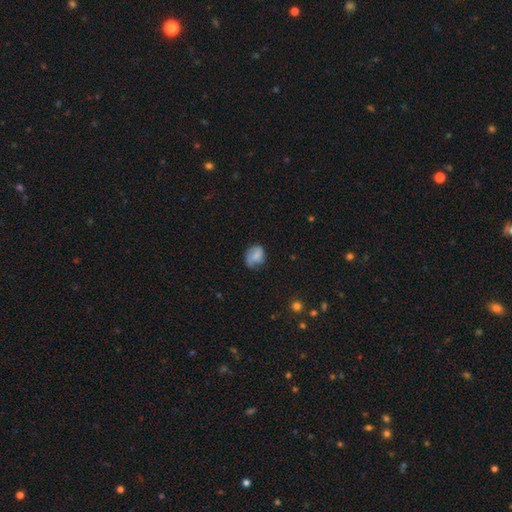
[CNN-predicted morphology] Overall: smooth (57%; featured or disk 33%). How rounded: in between (54%; round 45%). Merging: none (48%; minor disturbance 32%).